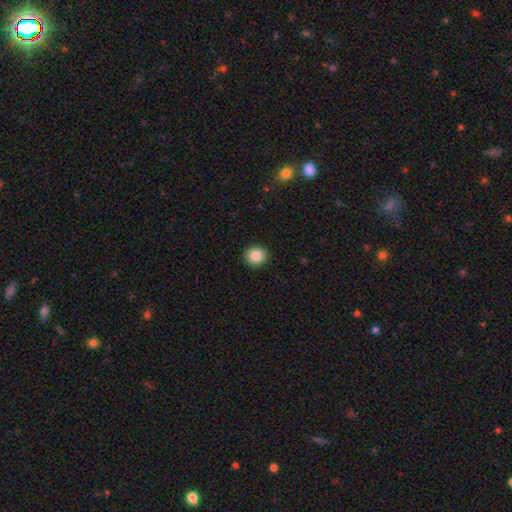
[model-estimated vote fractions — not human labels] Q: Smooth or featured?
A: smooth (85%); runner-up: star or artifact (9%)
Q: How rounded?
A: round (85%); runner-up: in between (14%)
Q: Merging?
A: none (92%); runner-up: minor disturbance (6%)